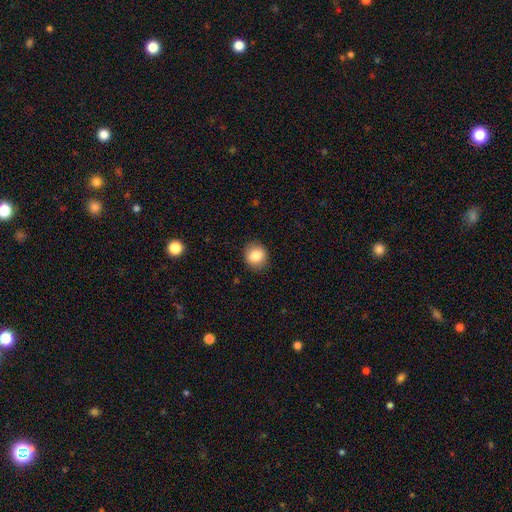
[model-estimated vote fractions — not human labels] Smooth or featured: smooth — 84% (star or artifact — 9%)
How rounded: round — 81% (in between — 18%)
Merging: none — 89% (minor disturbance — 8%)